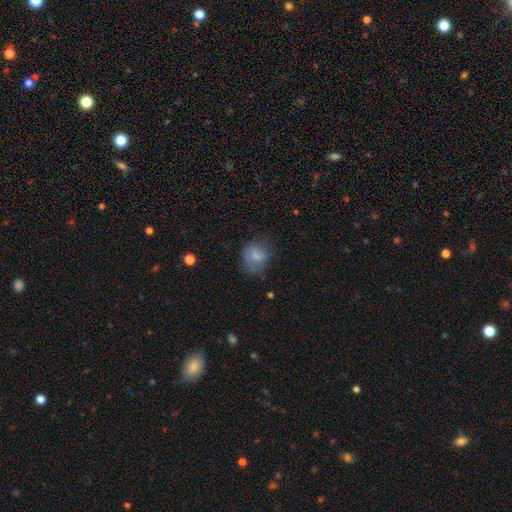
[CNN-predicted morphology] This appears to be a smooth galaxy with no disk features (74%) that is round (62%). Merging: none (51%).